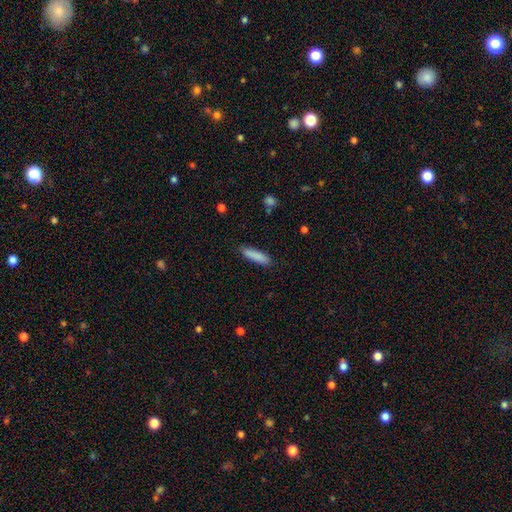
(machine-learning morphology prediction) This appears to be a smooth galaxy with no disk features (86%) that is cigar-shaped (77%). Merging: none (86%).